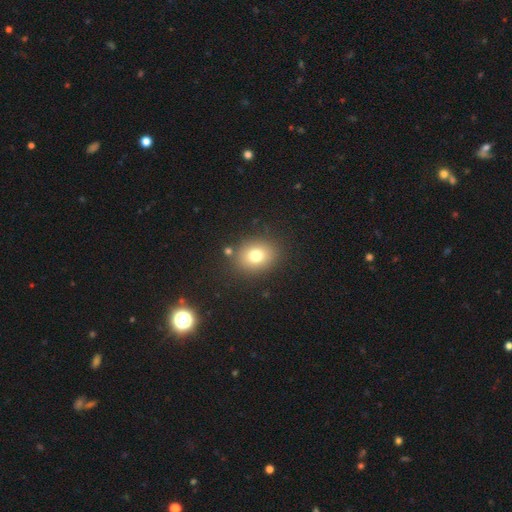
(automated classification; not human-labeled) A smooth galaxy with no disk features (76%) that is round (57%).

Vote fractions:
- Smooth or featured? smooth: 76% / star or artifact: 13% / featured or disk: 11%
- How rounded? round: 57% / in between: 42% / cigar-shaped: 1%
- Merging? none: 84% / minor disturbance: 9% / merger: 4% / major disturbance: 3%